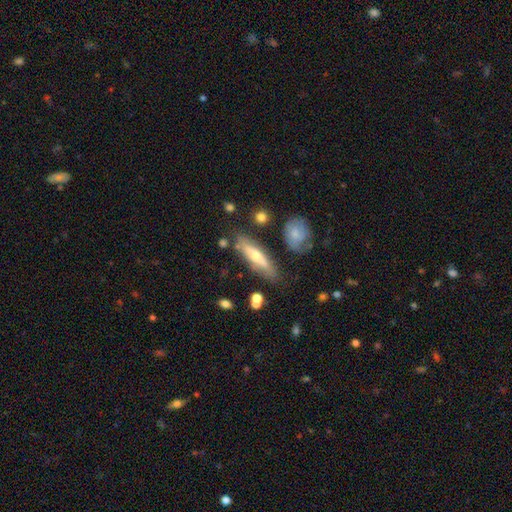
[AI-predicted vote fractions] This is possibly a featured or disk galaxy (49%). Merging: likely none (72%).